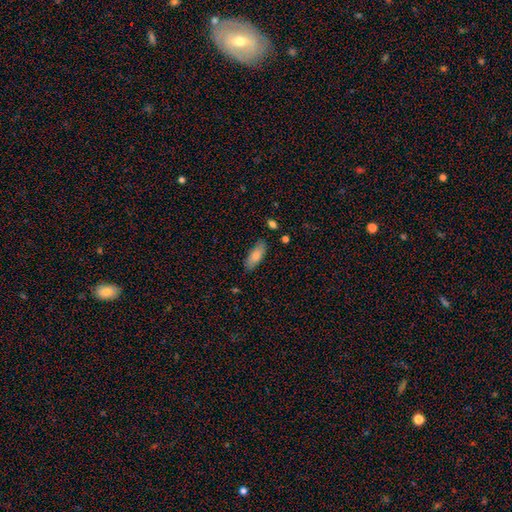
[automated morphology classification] The model was most divided on "how rounded": in between: 74%, cigar-shaped: 24%, round: 2%. More confident: merging — none (82%); smooth or featured — smooth (81%).